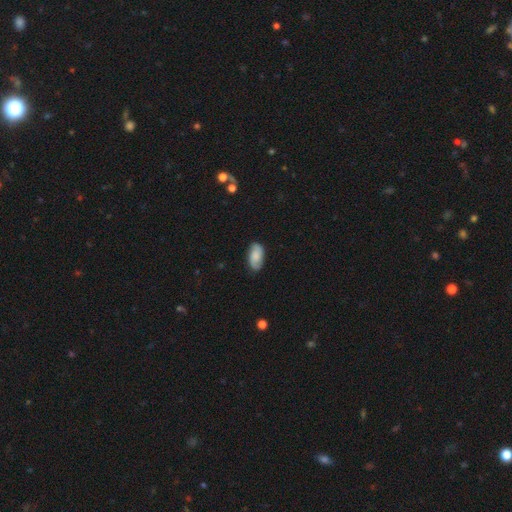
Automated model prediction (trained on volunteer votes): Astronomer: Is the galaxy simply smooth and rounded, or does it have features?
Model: smooth — 53% (runner-up: featured or disk, 39%).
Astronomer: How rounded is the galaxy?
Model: in between — 93%.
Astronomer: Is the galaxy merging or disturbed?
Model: none — 83%.